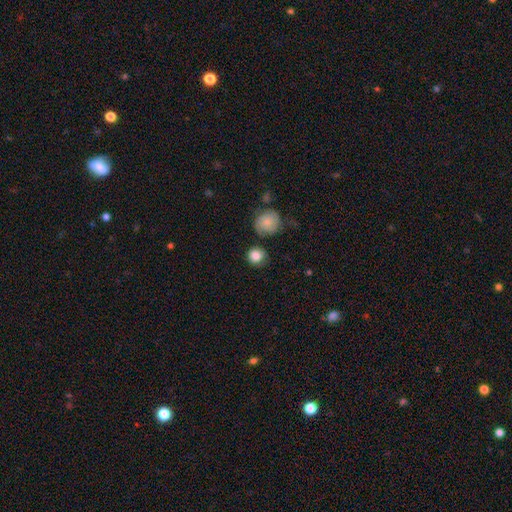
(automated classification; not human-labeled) The model was most divided on "merging": none: 73%, minor disturbance: 16%, merger: 6%, major disturbance: 5%. More confident: how rounded — round (89%); smooth or featured — smooth (85%).